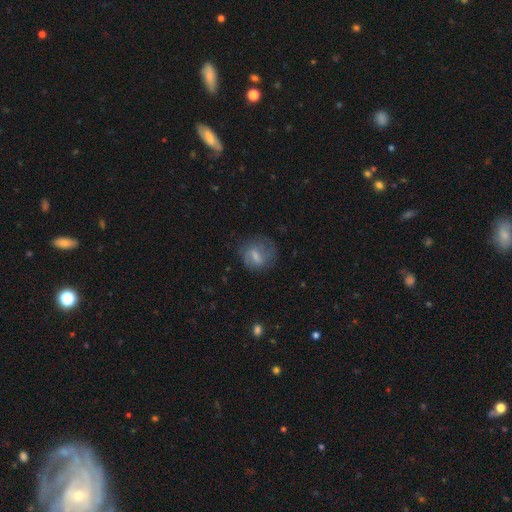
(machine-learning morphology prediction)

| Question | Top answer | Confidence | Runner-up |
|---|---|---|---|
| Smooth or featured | smooth | 53% | featured or disk (37%) |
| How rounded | round | 60% | in between (37%) |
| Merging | none | 56% | minor disturbance (24%) |